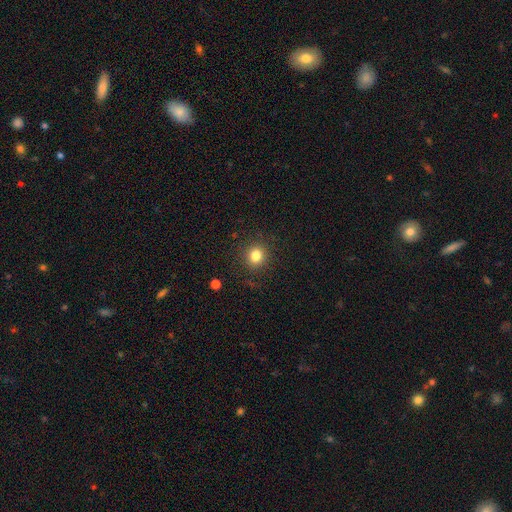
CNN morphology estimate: Smooth or featured? Predicted: smooth (p=0.82). How rounded? Predicted: round (p=0.86). Merging? Predicted: none (p=0.89).